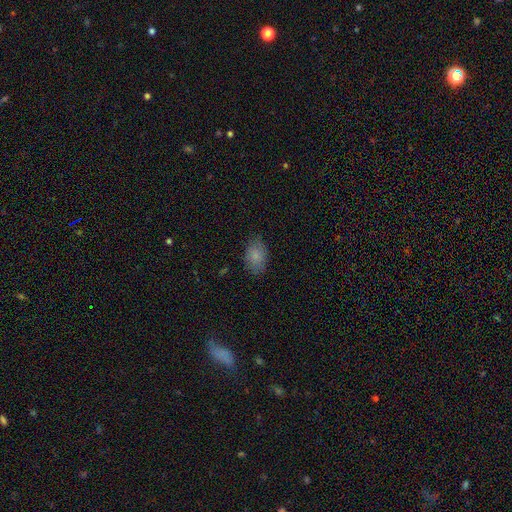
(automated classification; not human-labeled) Smooth or featured? Predicted: smooth (p=0.83). How rounded? Predicted: in between (p=0.88). Merging? Predicted: none (p=0.75).